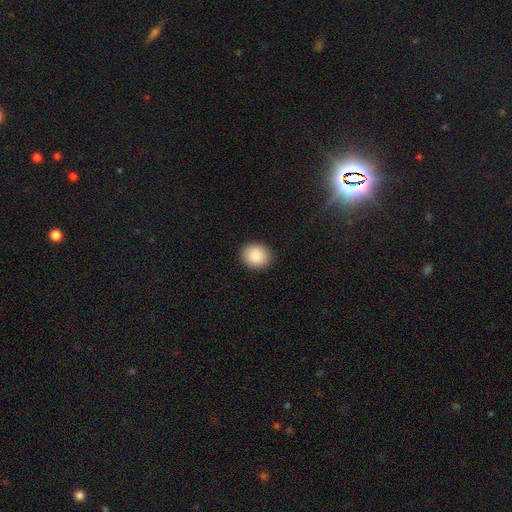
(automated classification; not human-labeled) A smooth galaxy with no disk features (90%) that is round (69%).

Vote fractions:
- Smooth or featured? smooth: 90% / star or artifact: 7% / featured or disk: 3%
- How rounded? round: 69% / in between: 30% / cigar-shaped: 1%
- Merging? none: 90% / minor disturbance: 7% / major disturbance: 2% / merger: 1%